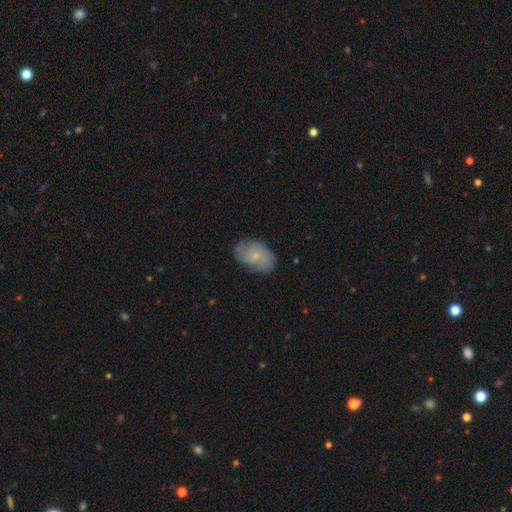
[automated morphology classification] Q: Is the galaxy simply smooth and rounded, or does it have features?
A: smooth — 49%.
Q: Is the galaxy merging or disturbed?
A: none — 74%.